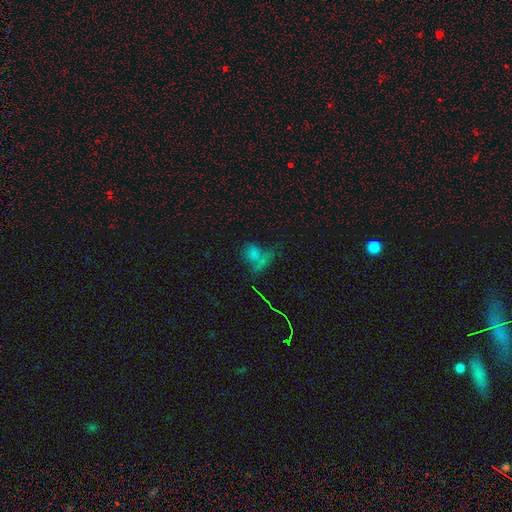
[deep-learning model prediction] smooth 54%, star or artifact 30%, featured or disk 16%. Down the decision tree: how rounded — in between (49%); merging — none (36%).